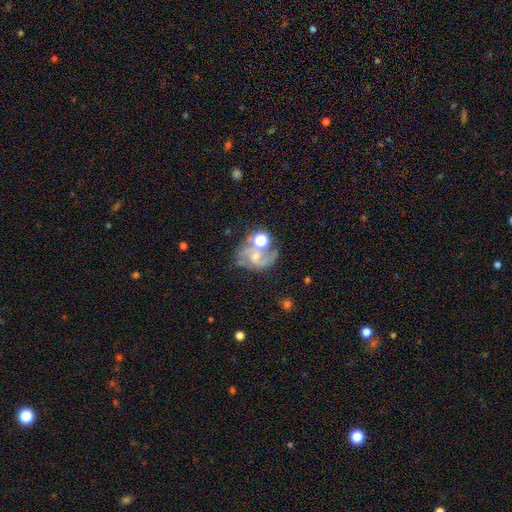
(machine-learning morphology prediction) smooth_or_featured: featured or disk (p=0.68) [alt: smooth p=0.19]
disk_edge_on: no (p=0.97) [alt: yes p=0.03]
bar: no (p=0.55) [alt: weak p=0.36]
has_spiral_arms: yes (p=0.87) [alt: no p=0.13]
spiral_winding: medium (p=0.49) [alt: loose p=0.35]
spiral_arm_count: 2 (p=0.80) [alt: can't tell p=0.09]
bulge_size: moderate (p=0.47) [alt: small p=0.36]
merging: none (p=0.45) [alt: merger p=0.21]